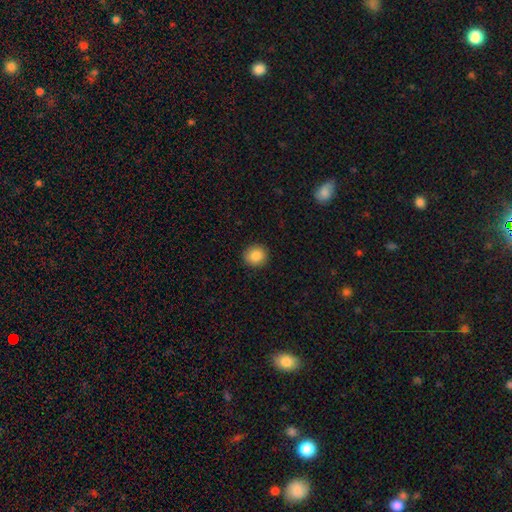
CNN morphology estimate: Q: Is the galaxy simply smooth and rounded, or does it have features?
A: smooth — 87%.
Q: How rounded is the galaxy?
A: round — 88%.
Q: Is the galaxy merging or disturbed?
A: none — 92%.